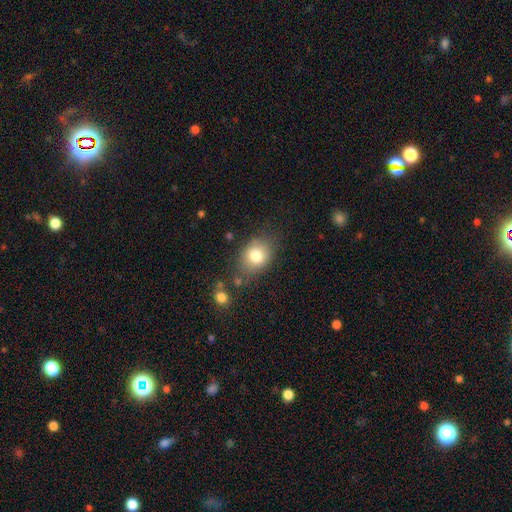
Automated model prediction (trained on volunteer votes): A smooth galaxy with no disk features (79%) that is in between round and cigar-shaped (61%).

Vote fractions:
- Smooth or featured? smooth: 79% / featured or disk: 11% / star or artifact: 9%
- How rounded? in between: 61% / round: 38% / cigar-shaped: 1%
- Merging? none: 70% / minor disturbance: 19% / major disturbance: 6% / merger: 5%